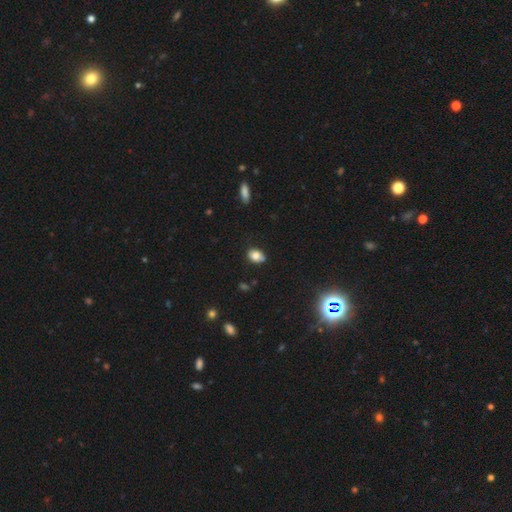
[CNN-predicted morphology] Overall: smooth (79%). How rounded: in between (71%). Merging: none (66%).